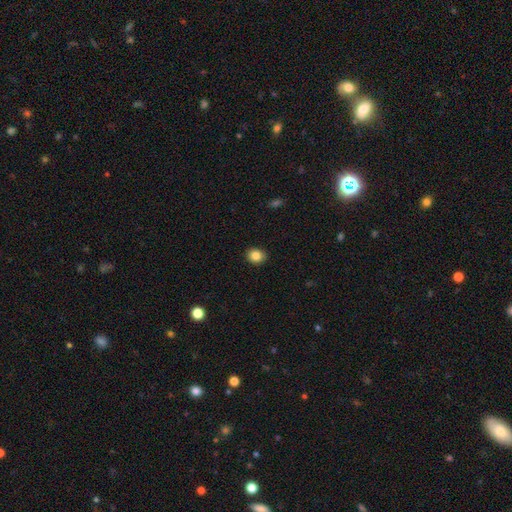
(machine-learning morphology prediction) Smooth or featured: smooth — 85% (star or artifact — 10%)
How rounded: round — 61% (in between — 38%)
Merging: none — 90% (minor disturbance — 7%)